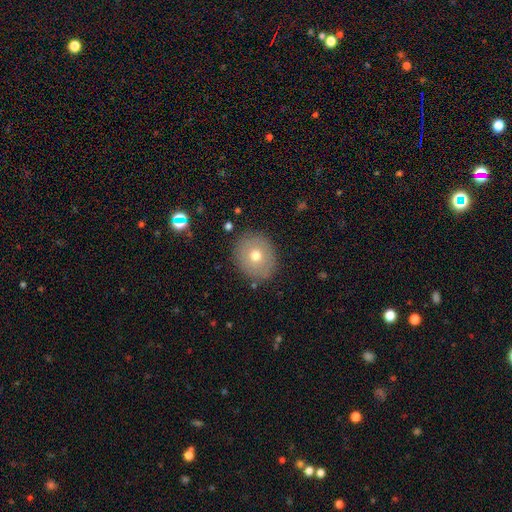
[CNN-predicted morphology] Smooth or featured?
  - smooth: 66% *
  - featured or disk: 24%
  - star or artifact: 10%
How rounded?
  - round: 73% *
  - in between: 26%
  - cigar-shaped: 1%
Merging?
  - none: 86% *
  - minor disturbance: 9%
  - major disturbance: 3%
  - merger: 2%